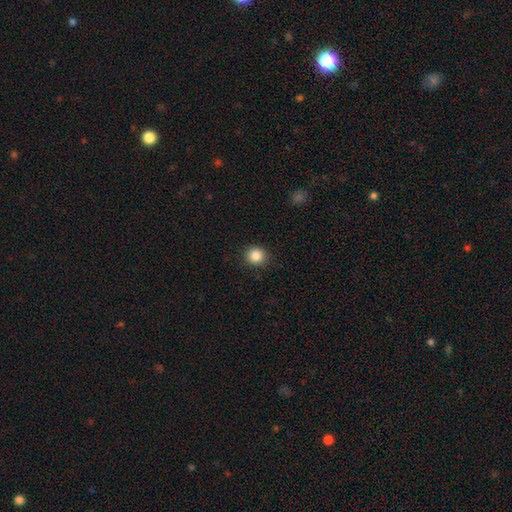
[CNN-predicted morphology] Overall: smooth (85%). How rounded: round (90%). Merging: none (90%).